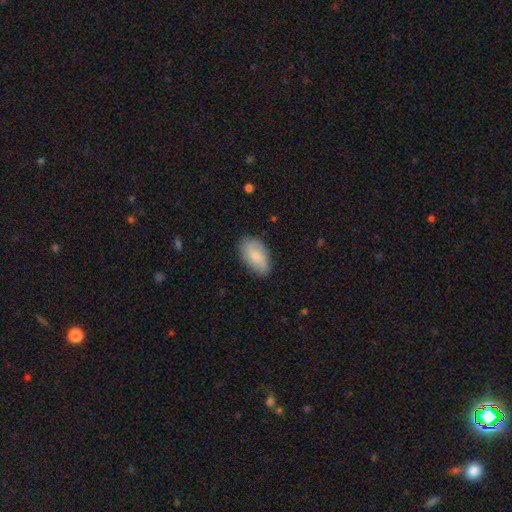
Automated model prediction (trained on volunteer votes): This is likely a smooth galaxy (78%). How rounded: clearly in between (93%). Merging: likely none (79%).